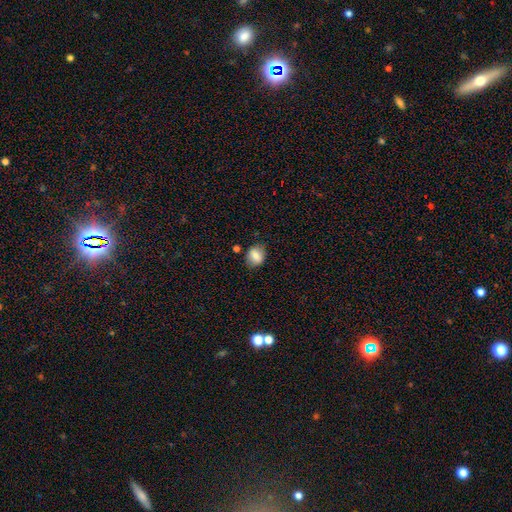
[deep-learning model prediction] This appears to be a smooth galaxy with no disk features (74%) that is round (50%). Merging: none (80%).